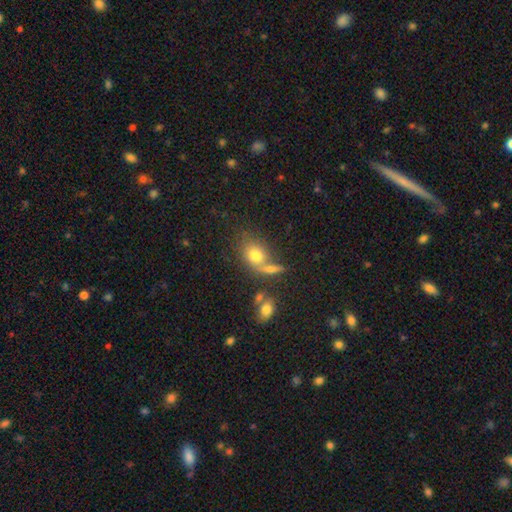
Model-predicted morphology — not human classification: Smooth or featured? smooth (75%)
How rounded? in between (59%)
Merging? none (46%)